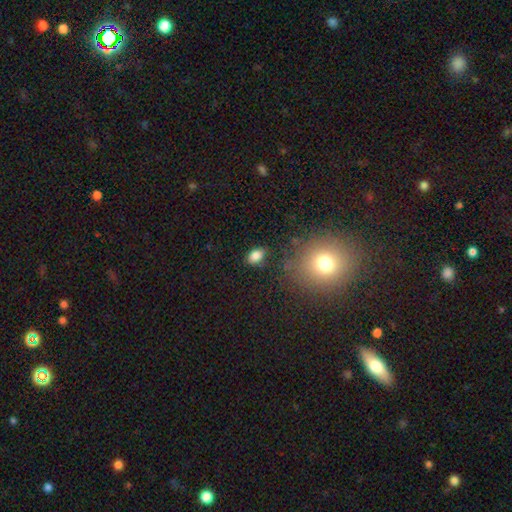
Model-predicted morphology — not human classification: smooth-or-featured: smooth: 84% | star or artifact: 10% | featured or disk: 6%
  how-rounded: in between: 84% | round: 14% | cigar-shaped: 2%
  merging: none: 82% | minor disturbance: 12% | major disturbance: 3% | merger: 3%